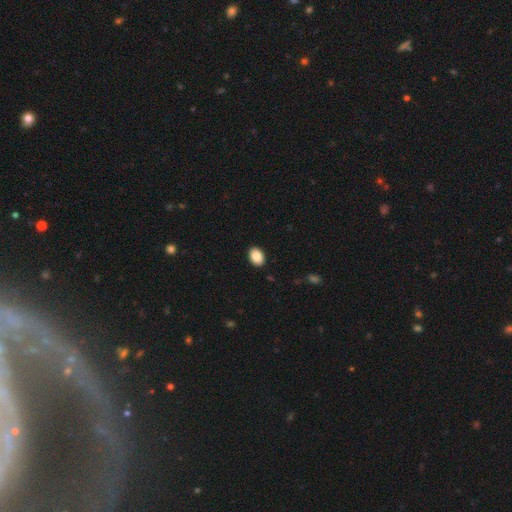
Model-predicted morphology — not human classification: A smooth galaxy with no disk features (88%) that is in between round and cigar-shaped (79%). Merging: none (91%).